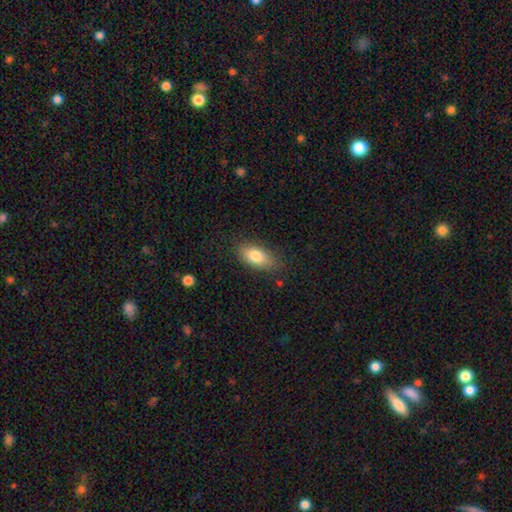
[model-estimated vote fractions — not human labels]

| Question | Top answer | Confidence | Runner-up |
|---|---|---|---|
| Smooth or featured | smooth | 80% | featured or disk (13%) |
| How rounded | in between | 88% | cigar-shaped (6%) |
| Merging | none | 79% | minor disturbance (16%) |